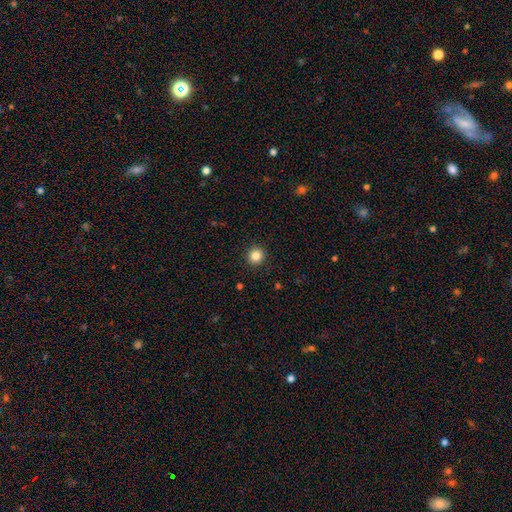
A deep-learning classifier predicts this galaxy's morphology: smooth 85%, star or artifact 11%, featured or disk 4%. Down the decision tree: how rounded — round (93%); merging — none (92%).